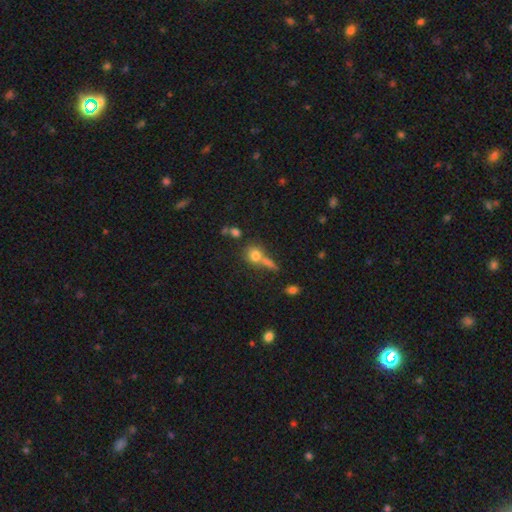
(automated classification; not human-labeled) Q: Smooth or featured?
A: smooth (75%); runner-up: star or artifact (13%)
Q: How rounded?
A: round (71%); runner-up: in between (24%)
Q: Merging?
A: none (47%); runner-up: merger (35%)